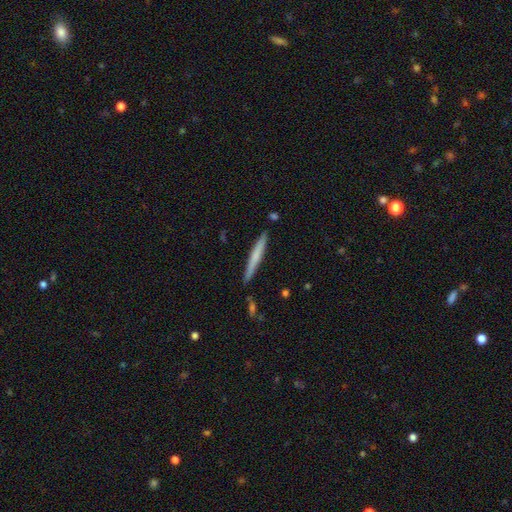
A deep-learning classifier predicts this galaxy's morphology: Q: Smooth or featured?
A: smooth (57%); runner-up: featured or disk (37%)
Q: How rounded?
A: cigar-shaped (96%); runner-up: in between (2%)
Q: Merging?
A: none (88%); runner-up: minor disturbance (8%)